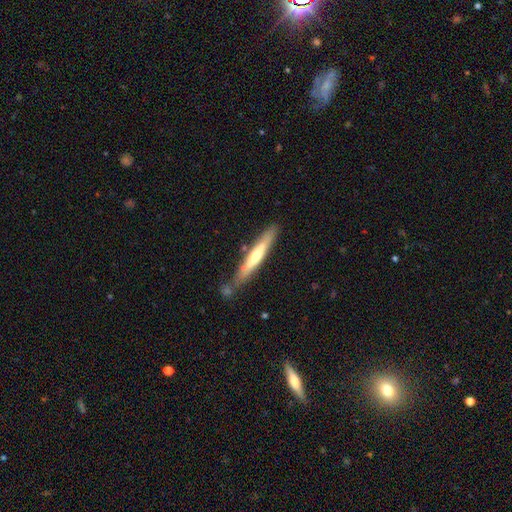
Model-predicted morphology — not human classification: Smooth or featured? Predicted: featured or disk (p=0.54). Edge-on disk? Predicted: yes (p=0.88). Merging? Predicted: none (p=0.73).